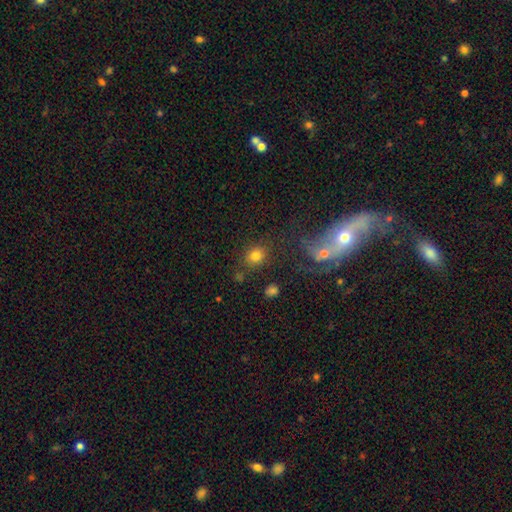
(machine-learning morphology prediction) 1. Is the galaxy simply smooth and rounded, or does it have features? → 78% smooth, 14% star or artifact, 8% featured or disk.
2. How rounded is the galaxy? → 57% round, 42% in between, 1% cigar-shaped.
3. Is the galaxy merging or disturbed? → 75% none, 12% minor disturbance, 7% merger, 6% major disturbance.